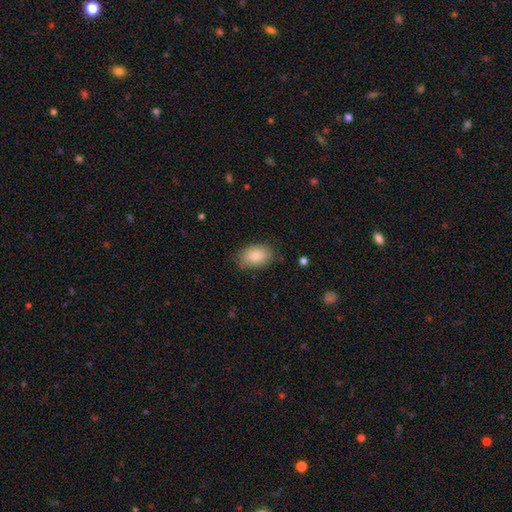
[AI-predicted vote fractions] Smooth or featured: smooth — 87% (featured or disk — 7%)
How rounded: in between — 91% (round — 8%)
Merging: none — 81% (minor disturbance — 14%)